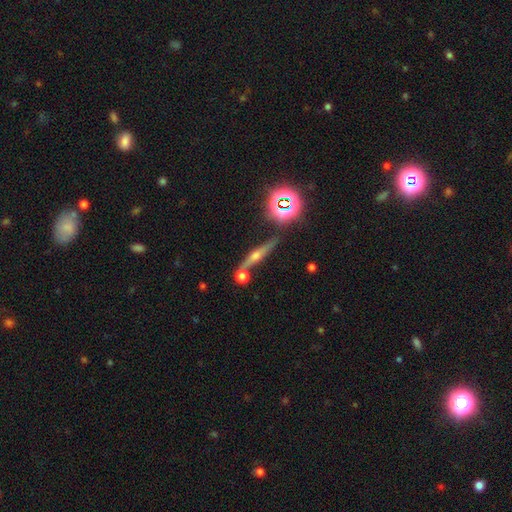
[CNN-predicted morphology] Overall: featured or disk (64%). Edge-on disk: yes (92%). Edge-on bulge: rounded (93%). Merging: none (74%).